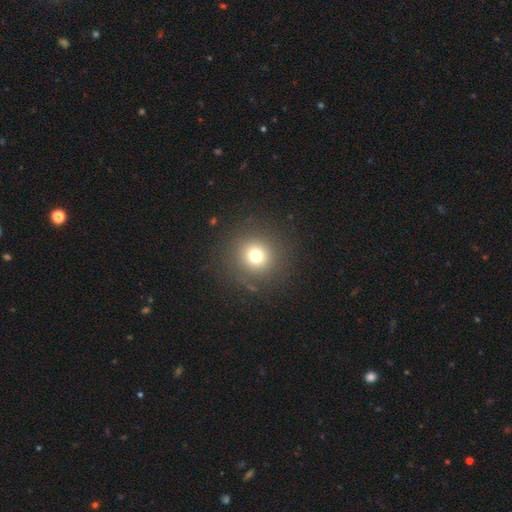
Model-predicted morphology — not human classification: type=smooth (73%); roundness=round (94%); merging=none (88%).